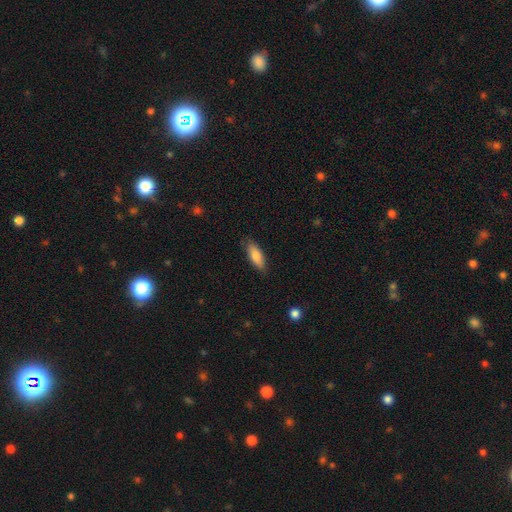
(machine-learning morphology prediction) Smooth or featured? Predicted: smooth (p=0.82). How rounded? Predicted: in between (p=0.67). Merging? Predicted: none (p=0.81).